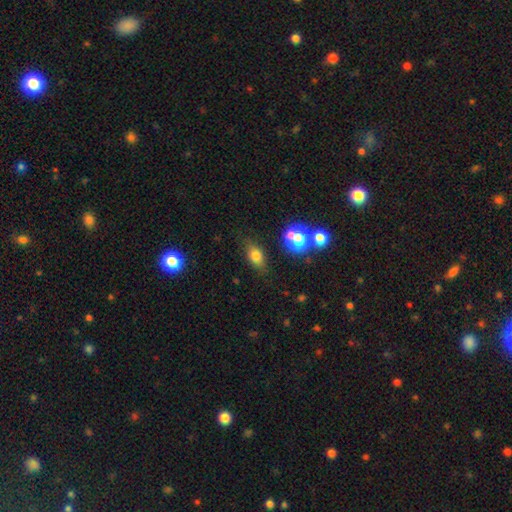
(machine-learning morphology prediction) type=smooth (74%); roundness=in between (76%); merging=none (80%).